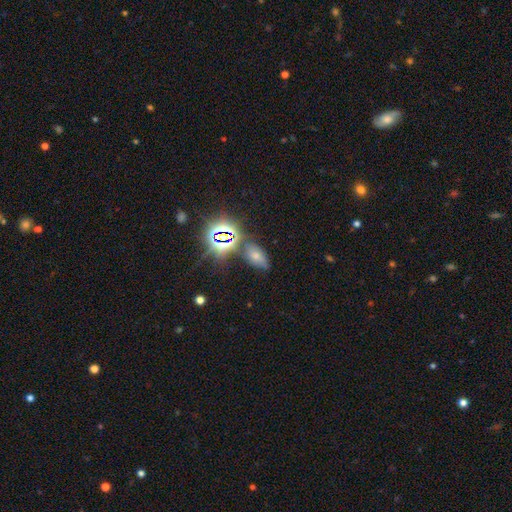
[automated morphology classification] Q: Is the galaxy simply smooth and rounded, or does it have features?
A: smooth — 51%.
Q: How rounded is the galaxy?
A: in between — 87%.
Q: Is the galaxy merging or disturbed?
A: none — 72%.